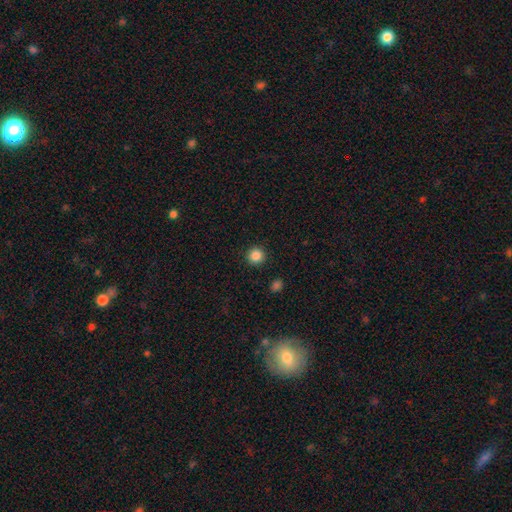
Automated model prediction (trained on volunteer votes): Smooth or featured? Predicted: smooth (p=0.86). How rounded? Predicted: round (p=0.95). Merging? Predicted: none (p=0.93).